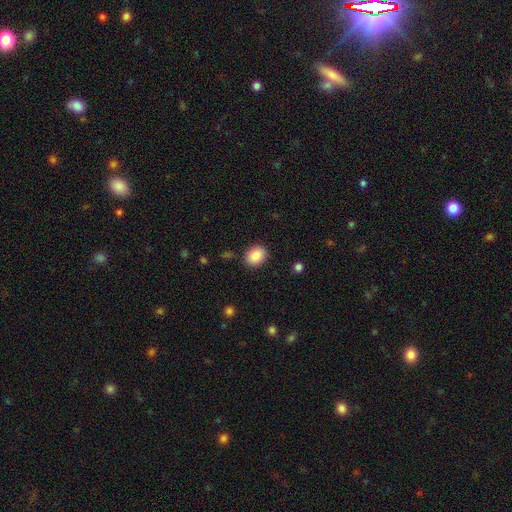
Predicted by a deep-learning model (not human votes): Smooth or featured? Predicted: smooth (p=0.88). How rounded? Predicted: in between (p=0.55). Merging? Predicted: none (p=0.87).